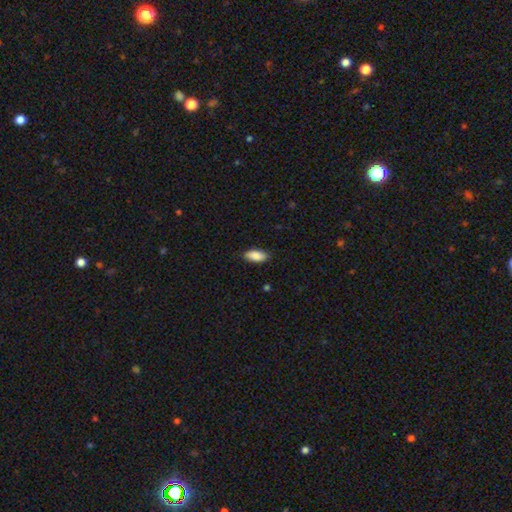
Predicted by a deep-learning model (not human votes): This is clearly a smooth galaxy (89%). How rounded: clearly in between (88%). Merging: clearly none (86%).